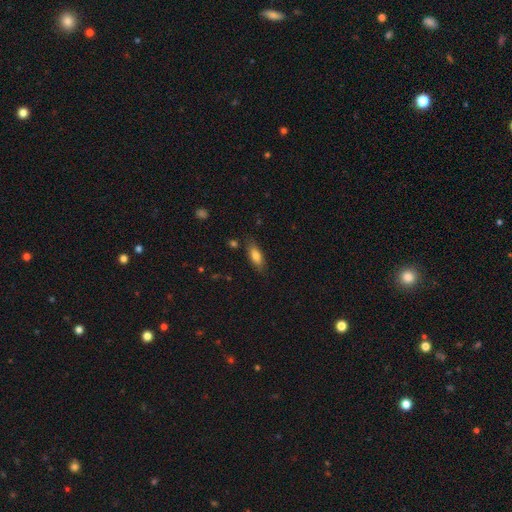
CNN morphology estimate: Smooth or featured?
  - smooth: 77% *
  - featured or disk: 15%
  - star or artifact: 8%
How rounded?
  - in between: 73% *
  - cigar-shaped: 24%
  - round: 2%
Merging?
  - none: 77% *
  - minor disturbance: 17%
  - major disturbance: 4%
  - merger: 3%